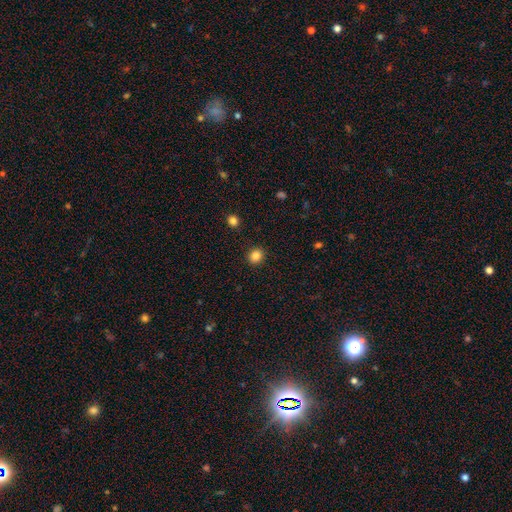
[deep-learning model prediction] The model was most divided on "how rounded": round: 79%, in between: 20%, cigar-shaped: 1%. More confident: merging — none (91%); smooth or featured — smooth (85%).